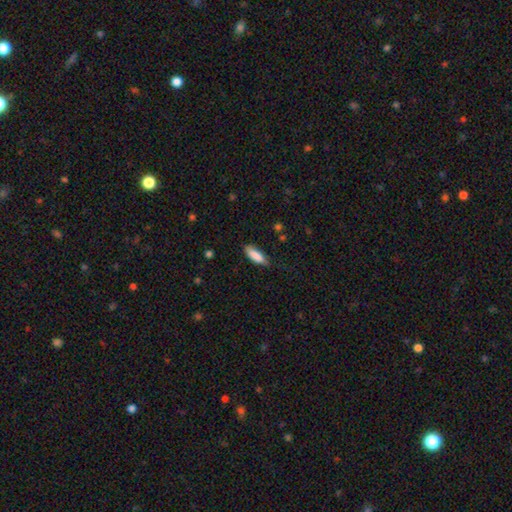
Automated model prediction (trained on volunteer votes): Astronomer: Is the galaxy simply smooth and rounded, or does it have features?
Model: smooth — 87%.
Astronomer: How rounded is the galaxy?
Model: in between — 60% (runner-up: cigar-shaped, 38%).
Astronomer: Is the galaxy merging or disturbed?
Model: none — 74%.